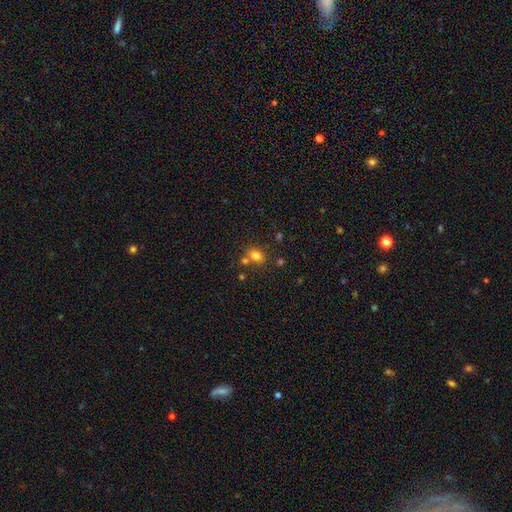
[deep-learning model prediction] Overall: smooth (77%). How rounded: in between (55%; round 44%). Merging: none (60%; merger 24%).